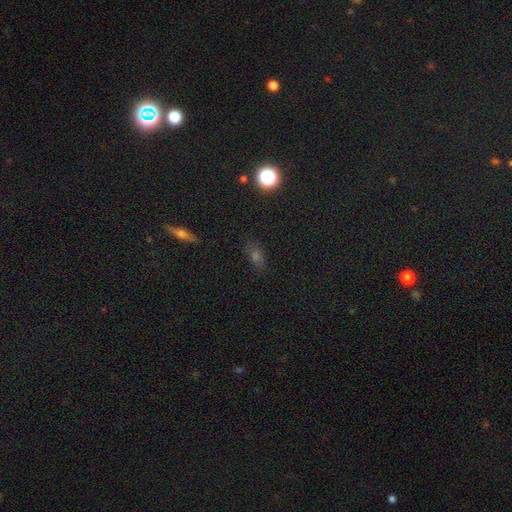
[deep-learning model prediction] Smooth or featured?
  - smooth: 54% *
  - star or artifact: 31%
  - featured or disk: 15%
How rounded?
  - in between: 68% *
  - round: 24%
  - cigar-shaped: 8%
Merging?
  - none: 81% *
  - minor disturbance: 14%
  - major disturbance: 4%
  - merger: 2%